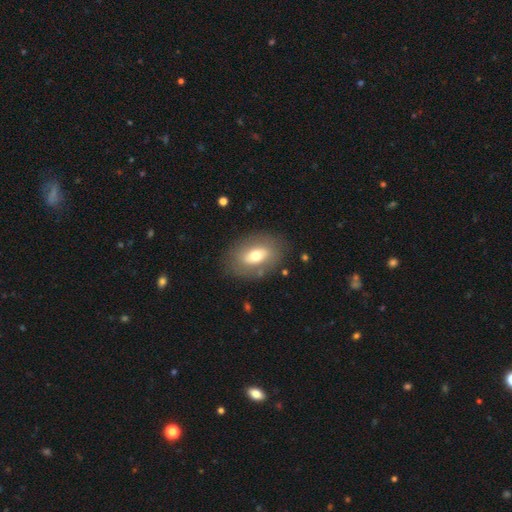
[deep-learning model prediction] Q: Smooth or featured?
A: smooth (60%); runner-up: featured or disk (32%)
Q: How rounded?
A: in between (83%); runner-up: round (15%)
Q: Merging?
A: none (80%); runner-up: minor disturbance (12%)